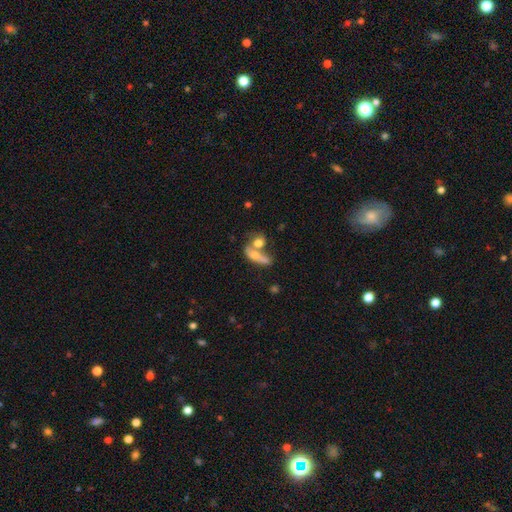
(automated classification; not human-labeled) smooth 56%, featured or disk 34%, star or artifact 10%. Down the decision tree: how rounded — in between (51%); merging — merger (55%).